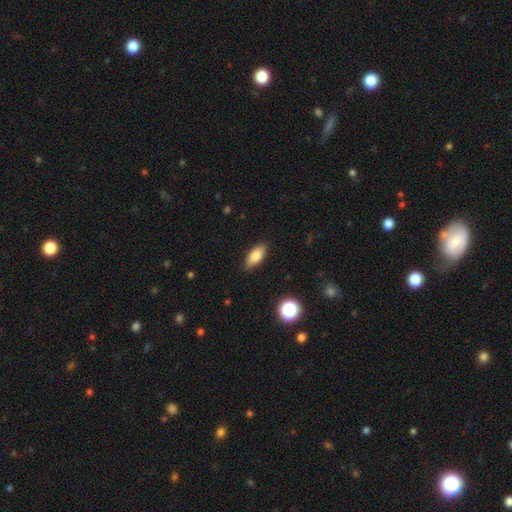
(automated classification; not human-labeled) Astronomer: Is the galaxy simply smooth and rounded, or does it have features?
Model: smooth — 78%.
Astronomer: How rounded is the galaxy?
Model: in between — 80%.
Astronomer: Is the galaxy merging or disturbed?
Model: none — 87%.